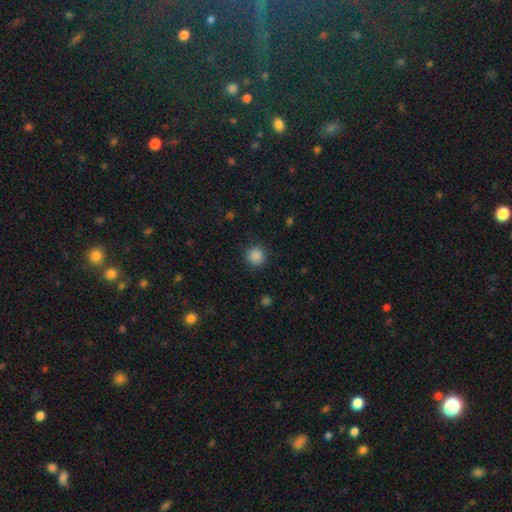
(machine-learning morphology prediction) smooth-or-featured: smooth: 87% | star or artifact: 10% | featured or disk: 3%
  how-rounded: round: 94% | in between: 6% | cigar-shaped: 1%
  merging: none: 88% | minor disturbance: 8% | major disturbance: 3% | merger: 1%